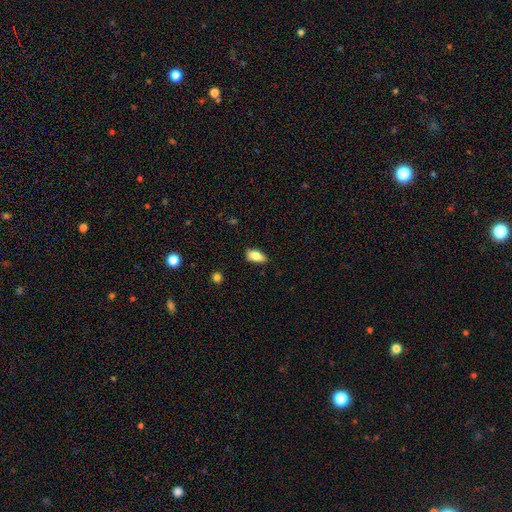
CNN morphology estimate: Overall: smooth (79%). How rounded: in between (89%). Merging: none (77%).